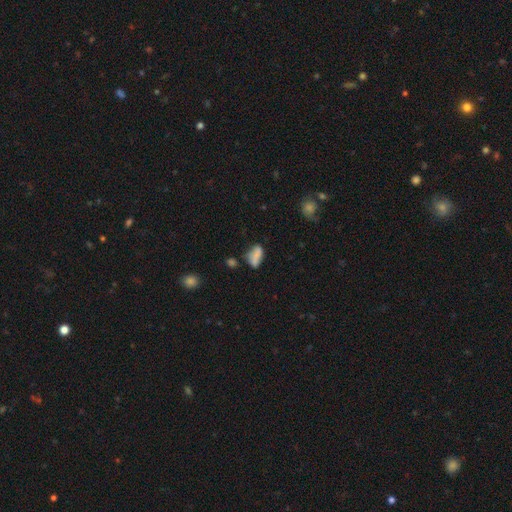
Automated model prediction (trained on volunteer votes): This appears to be a smooth galaxy with no disk features (72%) that is in between round and cigar-shaped (83%). Merging: none (46%).